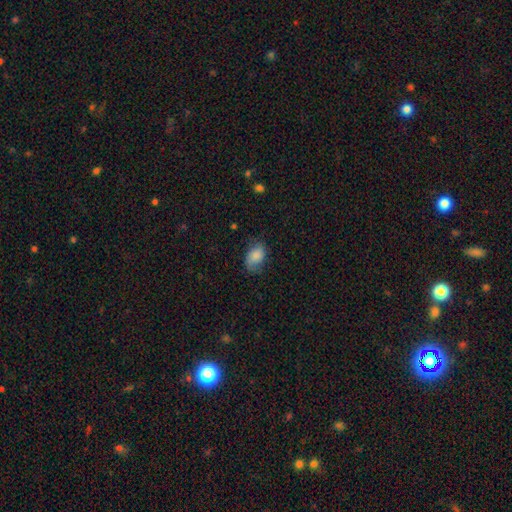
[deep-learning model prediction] The model was most divided on "merging": none: 61%, minor disturbance: 28%, major disturbance: 10%, merger: 1%. More confident: how rounded — in between (85%); smooth or featured — smooth (82%).